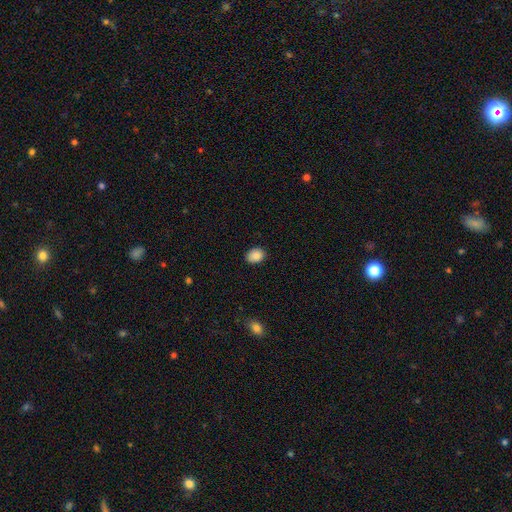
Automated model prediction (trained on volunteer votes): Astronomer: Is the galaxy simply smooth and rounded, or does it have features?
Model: smooth — 88%.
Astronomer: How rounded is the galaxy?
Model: in between — 61% (runner-up: round, 38%).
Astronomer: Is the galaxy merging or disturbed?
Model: none — 86%.